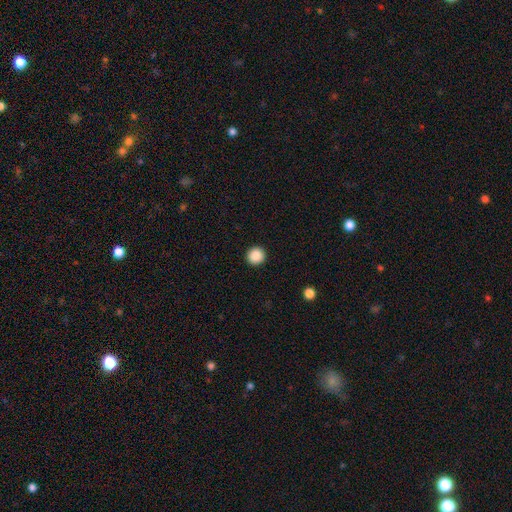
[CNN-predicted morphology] Smooth or featured: smooth — 89% (star or artifact — 9%)
How rounded: round — 95% (in between — 4%)
Merging: none — 93% (minor disturbance — 4%)